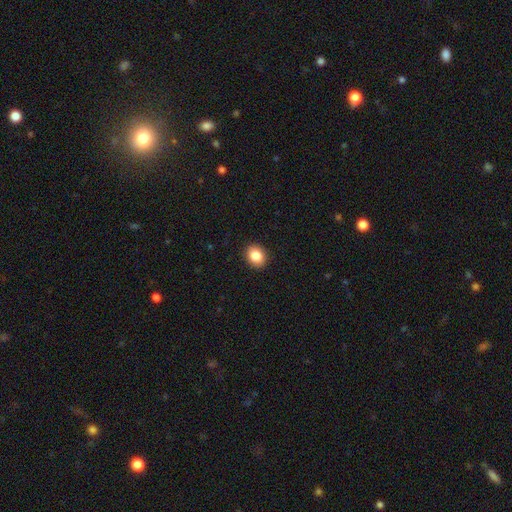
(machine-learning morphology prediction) smooth-or-featured: smooth: 85% | star or artifact: 9% | featured or disk: 6%
  how-rounded: round: 55% | in between: 45% | cigar-shaped: 1%
  merging: none: 91% | minor disturbance: 6% | major disturbance: 2% | merger: 1%